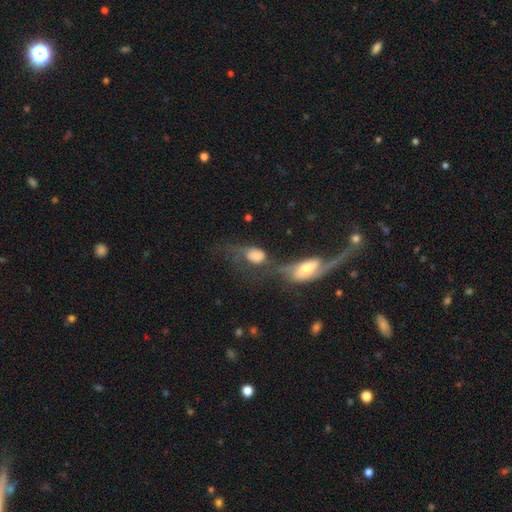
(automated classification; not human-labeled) This is possibly a smooth galaxy (50%). How rounded: likely in between (72%). Merging: possibly merger (55%).